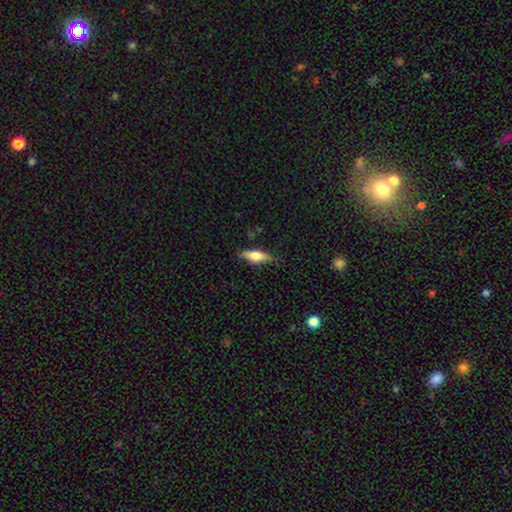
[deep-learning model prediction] smooth 59%, featured or disk 35%, star or artifact 7%. Down the decision tree: how rounded — in between (52%); merging — none (79%).